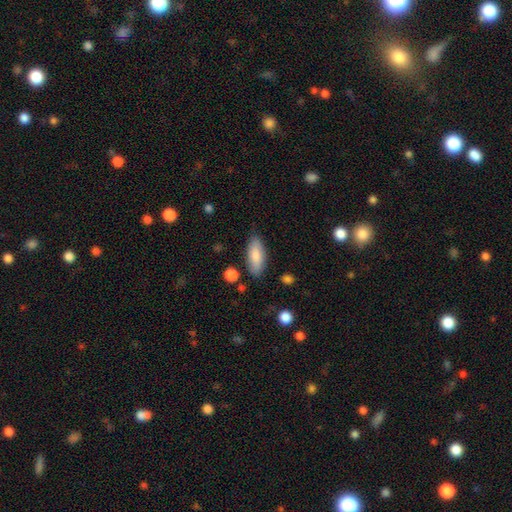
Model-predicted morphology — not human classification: smooth-or-featured: smooth: 84% | featured or disk: 10% | star or artifact: 6%
  how-rounded: in between: 78% | cigar-shaped: 20% | round: 2%
  merging: none: 82% | minor disturbance: 13% | major disturbance: 3% | merger: 3%